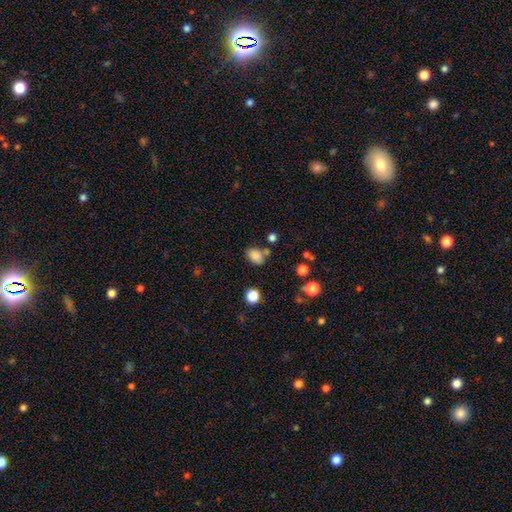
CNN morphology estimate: A smooth galaxy with no disk features (83%) that is in between round and cigar-shaped (73%).

Vote fractions:
- Smooth or featured? smooth: 83% / star or artifact: 12% / featured or disk: 6%
- How rounded? in between: 73% / round: 26% / cigar-shaped: 1%
- Merging? none: 64% / minor disturbance: 18% / merger: 13% / major disturbance: 5%